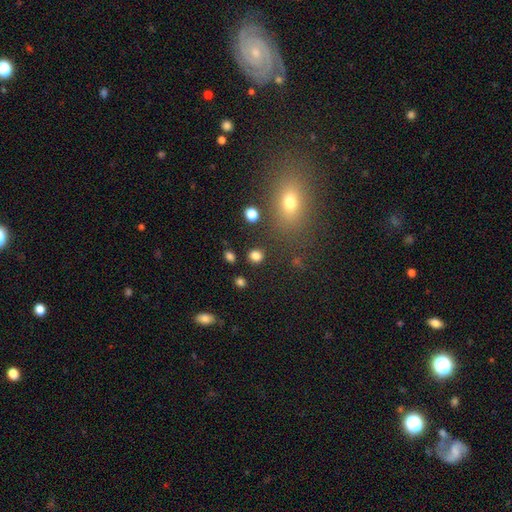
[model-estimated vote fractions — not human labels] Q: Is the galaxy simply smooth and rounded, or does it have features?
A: smooth — 82%.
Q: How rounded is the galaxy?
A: round — 76%.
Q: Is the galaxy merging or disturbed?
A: none — 86%.